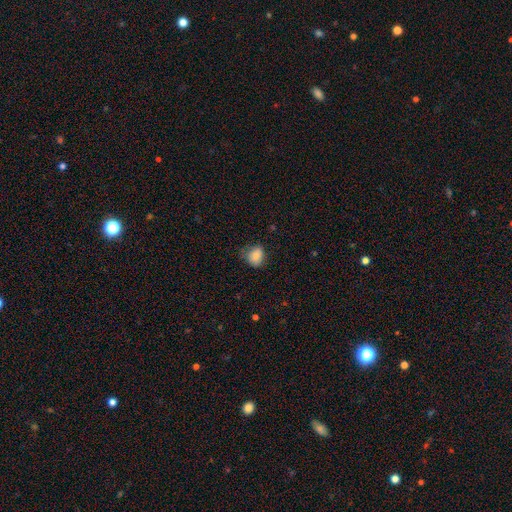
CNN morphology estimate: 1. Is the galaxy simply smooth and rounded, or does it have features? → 83% smooth, 9% star or artifact, 8% featured or disk.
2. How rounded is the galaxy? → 57% round, 42% in between, 1% cigar-shaped.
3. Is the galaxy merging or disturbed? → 62% none, 29% minor disturbance, 8% major disturbance, 1% merger.